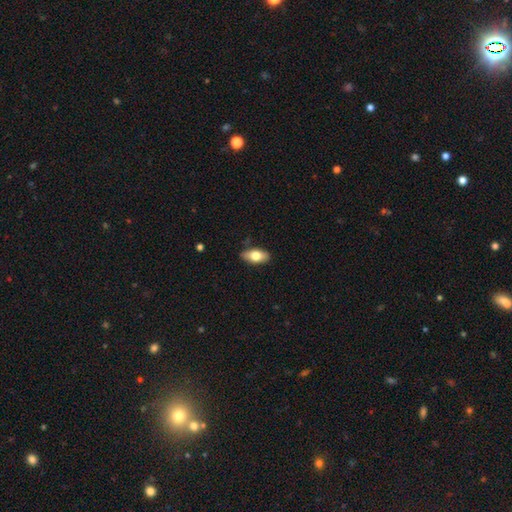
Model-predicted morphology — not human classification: Q: Smooth or featured?
A: smooth (73%); runner-up: featured or disk (21%)
Q: How rounded?
A: in between (87%); runner-up: cigar-shaped (8%)
Q: Merging?
A: none (84%); runner-up: minor disturbance (12%)